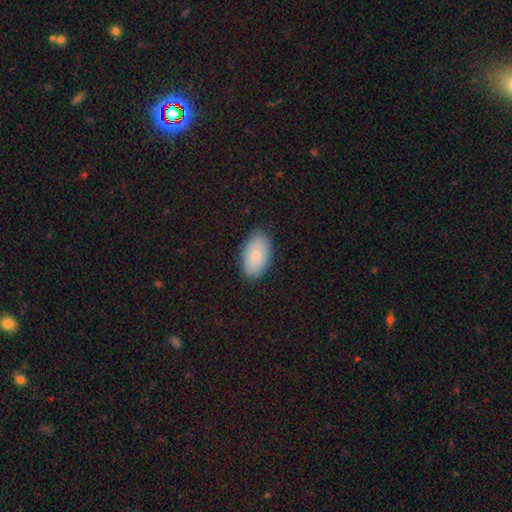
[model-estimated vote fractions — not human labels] The model was most divided on "smooth or featured": smooth: 82%, featured or disk: 12%, star or artifact: 6%. More confident: how rounded — in between (94%); merging — none (87%).